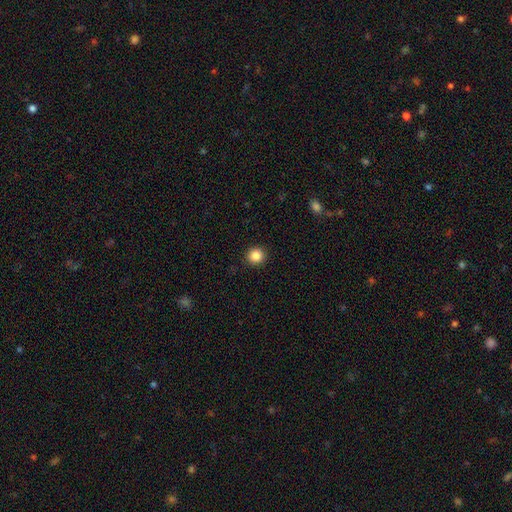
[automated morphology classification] smooth 86%, star or artifact 10%, featured or disk 3%. Down the decision tree: how rounded — round (92%); merging — none (92%).